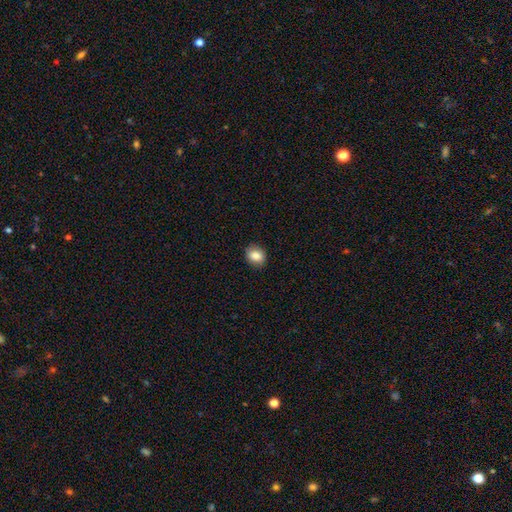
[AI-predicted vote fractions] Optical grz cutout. It shows a smooth galaxy with no disk features (85%) that is round (57%). Merging: none (86%).